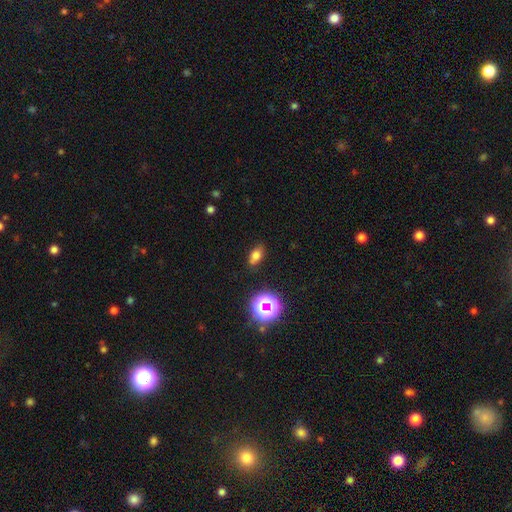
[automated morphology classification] Smooth or featured? smooth (70%)
How rounded? in between (80%)
Merging? none (78%)